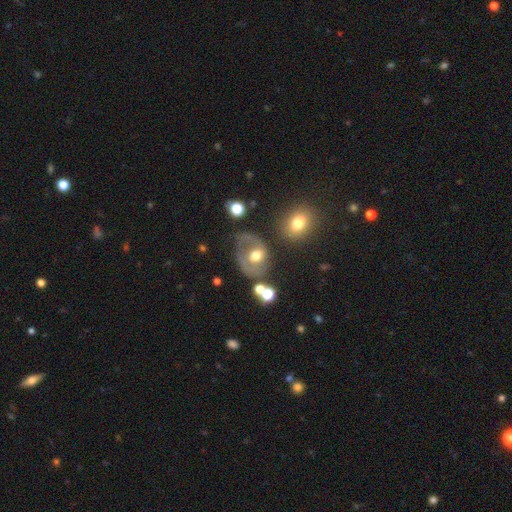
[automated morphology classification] A featured or disk galaxy (51%).

Vote fractions:
- Smooth or featured? featured or disk: 51% / smooth: 39% / star or artifact: 10%
- Edge-on disk? no: 95% / yes: 5%
- Merging? none: 48% / minor disturbance: 23% / major disturbance: 21% / merger: 8%